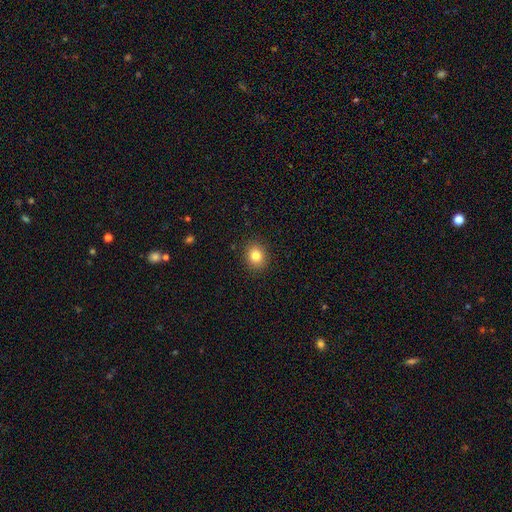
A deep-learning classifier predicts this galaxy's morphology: A smooth galaxy with no disk features (82%) that is round (71%). Merging: none (90%).